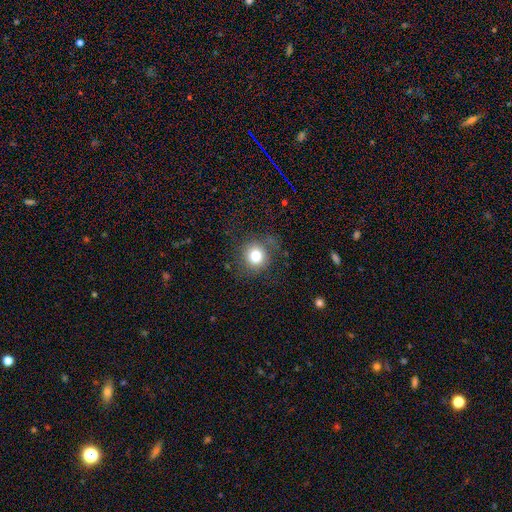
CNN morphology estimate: type=smooth (80%); roundness=round (89%); merging=none (79%).